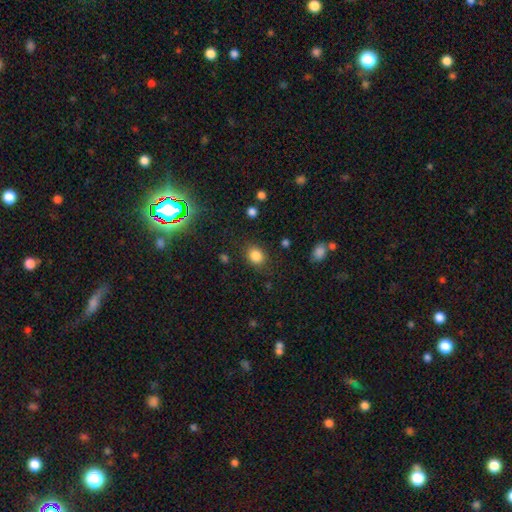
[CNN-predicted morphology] Q: Smooth or featured?
A: smooth (83%); runner-up: star or artifact (11%)
Q: How rounded?
A: in between (50%); runner-up: round (49%)
Q: Merging?
A: none (81%); runner-up: minor disturbance (13%)